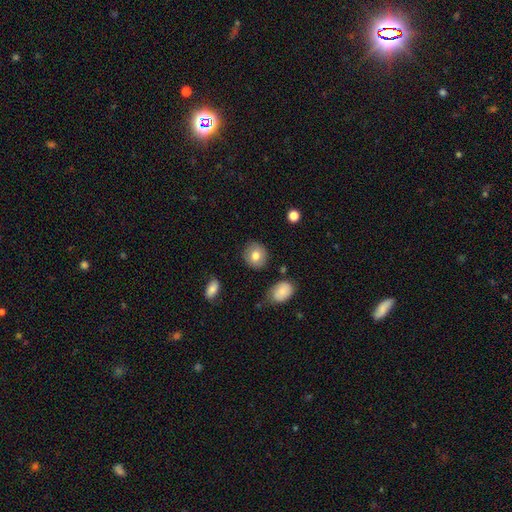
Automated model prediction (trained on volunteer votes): Smooth or featured? Predicted: smooth (p=0.78). How rounded? Predicted: round (p=0.79). Merging? Predicted: none (p=0.84).